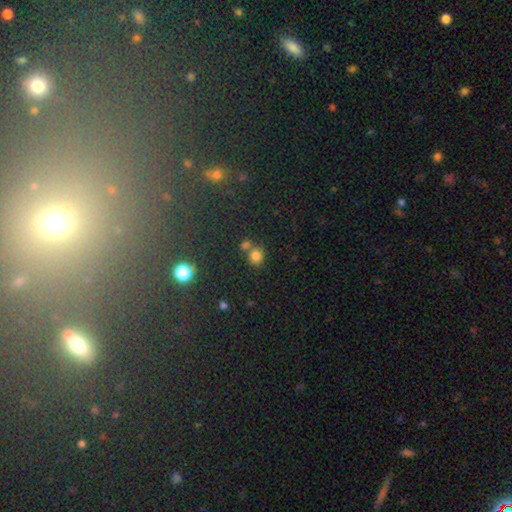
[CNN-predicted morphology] Smooth or featured: smooth — 77% (star or artifact — 16%)
How rounded: round — 81% (in between — 18%)
Merging: none — 58% (merger — 29%)